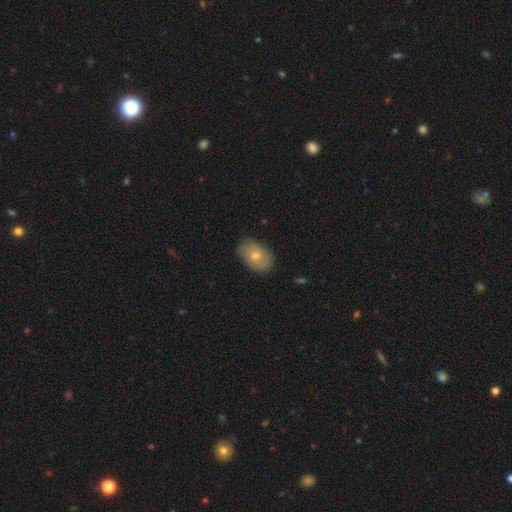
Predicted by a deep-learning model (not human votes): smooth 66%, featured or disk 28%, star or artifact 6%. Down the decision tree: how rounded — in between (87%); merging — none (77%).